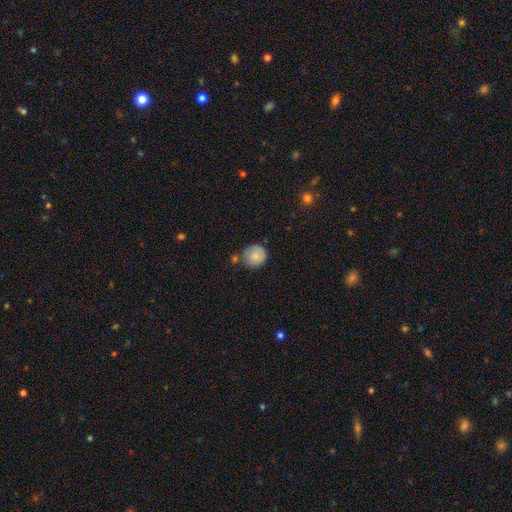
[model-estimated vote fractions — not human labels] This appears to be a smooth galaxy with no disk features (82%) that is round (90%). Merging: none (67%).